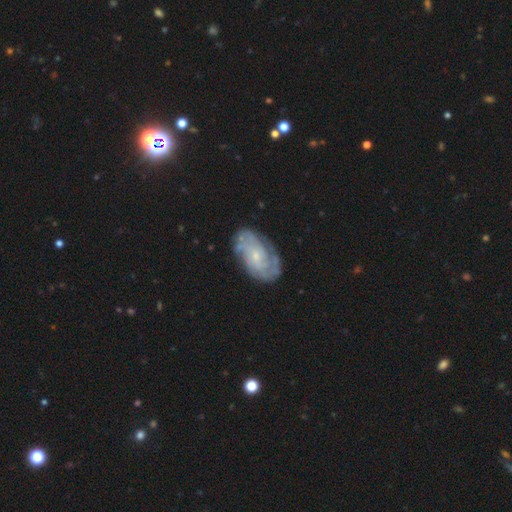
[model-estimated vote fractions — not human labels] Smooth or featured? Predicted: featured or disk (p=0.79). Edge-on disk? Predicted: no (p=0.96). Bar? Predicted: no (p=0.72). Spiral arms? Predicted: yes (p=0.93). Spiral winding? Predicted: tight (p=0.57). Spiral arm count? Predicted: can't tell (p=0.37). Bulge size? Predicted: small (p=0.77). Merging? Predicted: none (p=0.75).